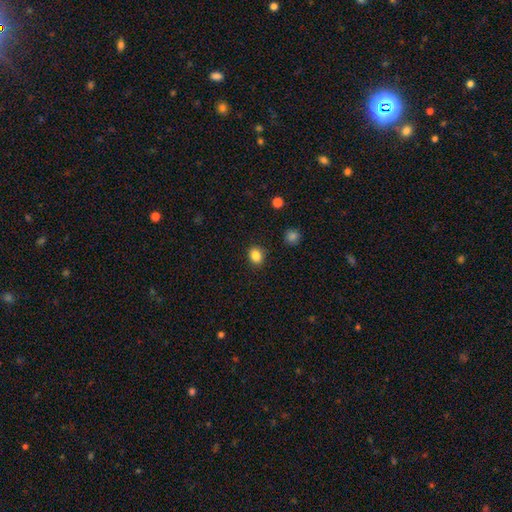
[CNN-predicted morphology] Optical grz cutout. It shows a smooth galaxy with no disk features (85%) that is round (51%). Merging: none (89%).